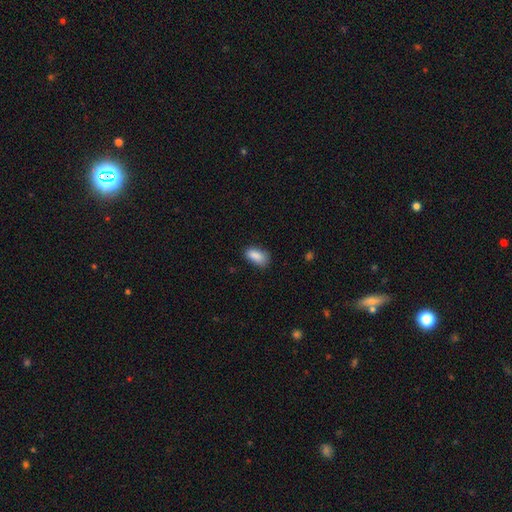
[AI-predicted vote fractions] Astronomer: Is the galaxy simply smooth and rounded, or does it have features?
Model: smooth — 87%.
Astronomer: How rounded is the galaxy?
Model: in between — 90%.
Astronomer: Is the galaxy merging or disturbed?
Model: none — 70%.